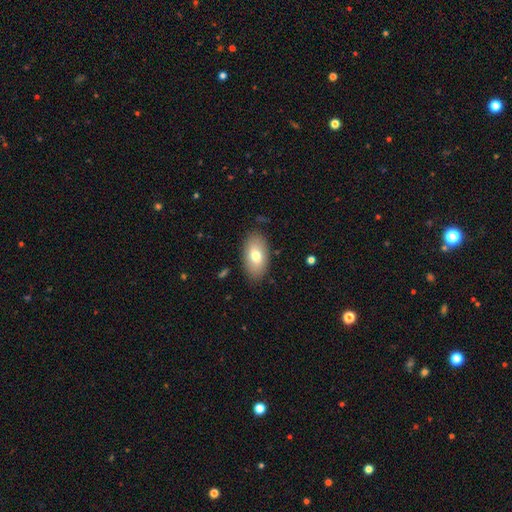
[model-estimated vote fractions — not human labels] Morphology: type=smooth (73%); roundness=in between (93%); merging=none (85%).